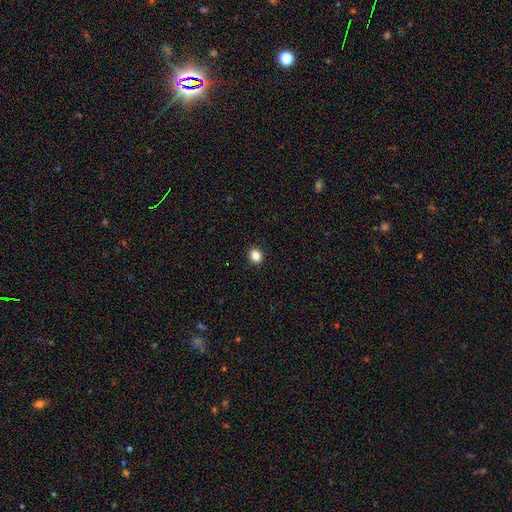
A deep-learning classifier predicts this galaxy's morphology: A smooth galaxy with no disk features (85%) that is round (76%). Merging: none (92%).